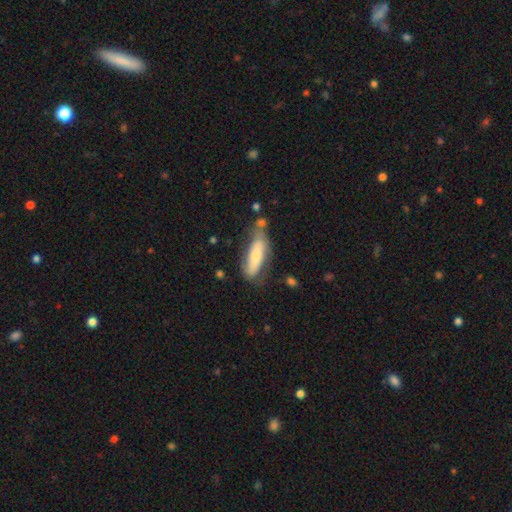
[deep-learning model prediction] Overall: smooth (57%; featured or disk 36%). How rounded: in between (51%; cigar-shaped 48%). Merging: none (57%; minor disturbance 26%).